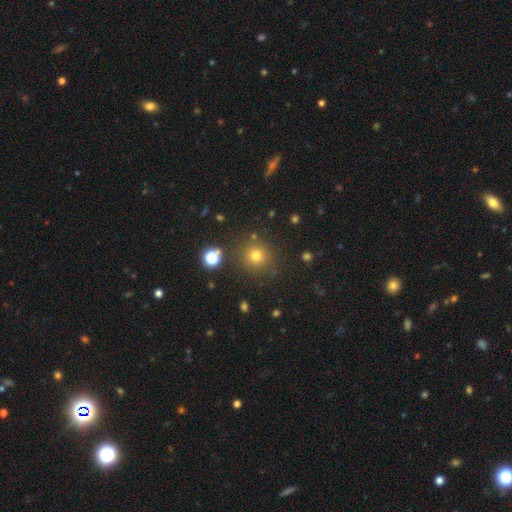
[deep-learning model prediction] Smooth or featured? Predicted: smooth (p=0.74). How rounded? Predicted: round (p=0.94). Merging? Predicted: none (p=0.86).